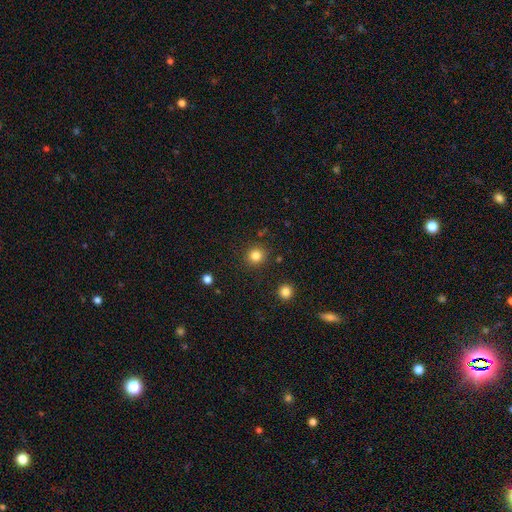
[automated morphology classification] A smooth galaxy with no disk features (83%) that is round (92%). Merging: none (88%).